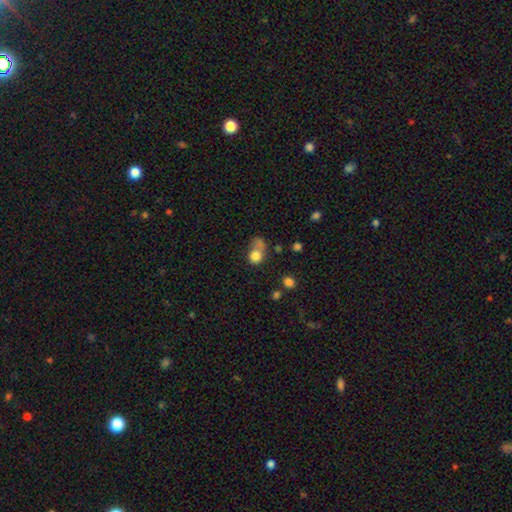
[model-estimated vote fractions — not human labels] Morphology: type=smooth (78%); roundness=round (68%); merging=none (33%).